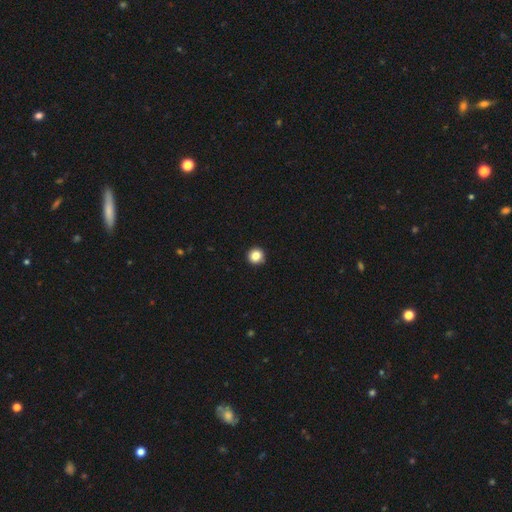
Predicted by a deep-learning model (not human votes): Smooth or featured?
  - smooth: 85% *
  - star or artifact: 10%
  - featured or disk: 5%
How rounded?
  - round: 95% *
  - in between: 4%
  - cigar-shaped: 1%
Merging?
  - none: 93% *
  - minor disturbance: 5%
  - major disturbance: 1%
  - merger: 1%